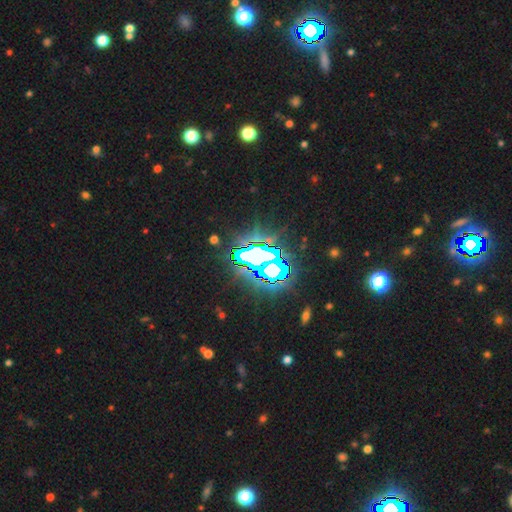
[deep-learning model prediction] Smooth or featured: star or artifact — 72% (featured or disk — 16%)